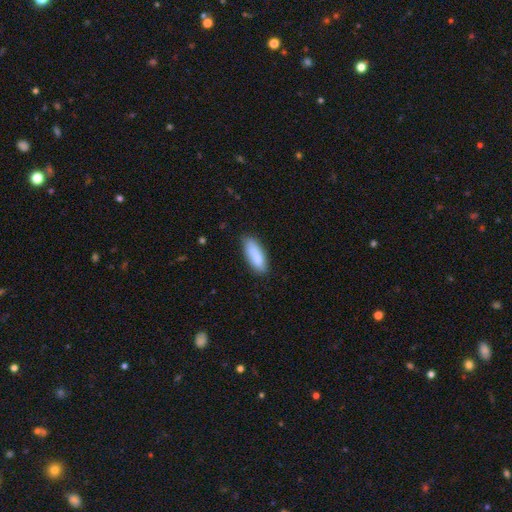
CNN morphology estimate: Smooth or featured?
  - smooth: 86% *
  - featured or disk: 8%
  - star or artifact: 6%
How rounded?
  - in between: 66% *
  - cigar-shaped: 32%
  - round: 2%
Merging?
  - none: 76% *
  - minor disturbance: 19%
  - major disturbance: 3%
  - merger: 2%